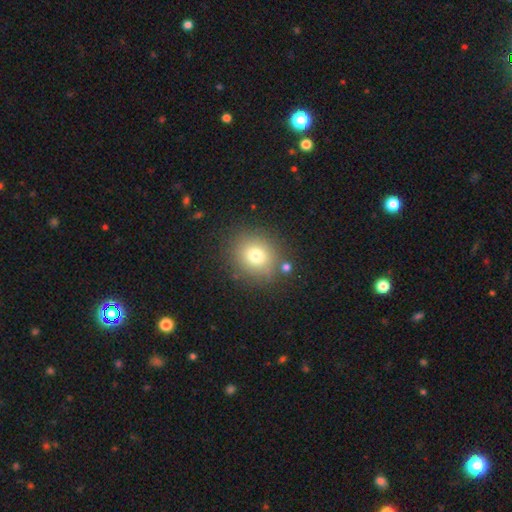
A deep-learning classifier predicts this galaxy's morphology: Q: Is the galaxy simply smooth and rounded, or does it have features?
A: smooth — 75%.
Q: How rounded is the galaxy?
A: round — 82%.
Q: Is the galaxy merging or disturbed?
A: none — 82%.